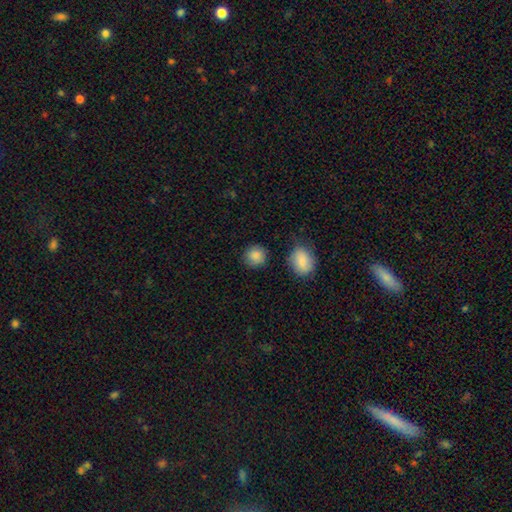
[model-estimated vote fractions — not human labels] Morphology: type=smooth (88%); roundness=round (88%); merging=none (82%).